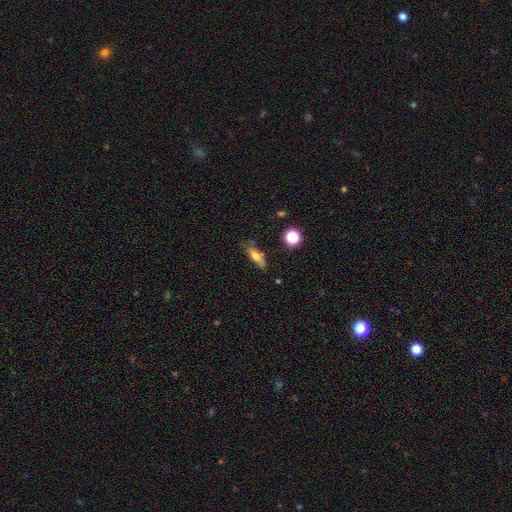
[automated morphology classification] Smooth or featured? Predicted: smooth (p=0.65). How rounded? Predicted: in between (p=0.49). Merging? Predicted: none (p=0.69).